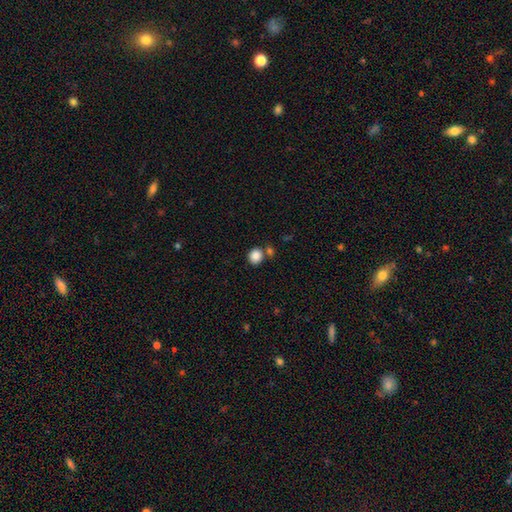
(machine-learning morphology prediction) This is clearly a smooth galaxy (87%). How rounded: likely round (77%). Merging: likely none (72%).